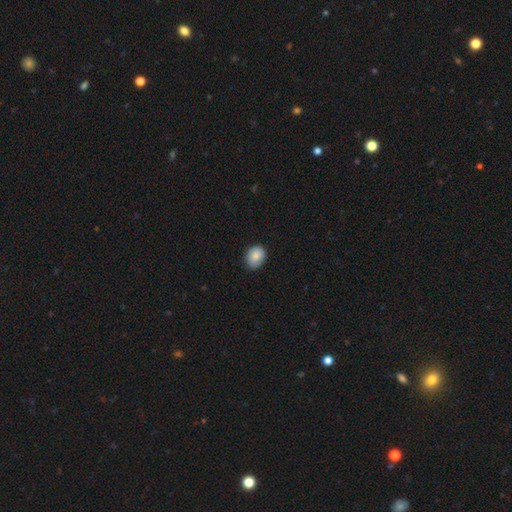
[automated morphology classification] Smooth or featured? smooth (87%)
How rounded? round (52%)
Merging? none (80%)